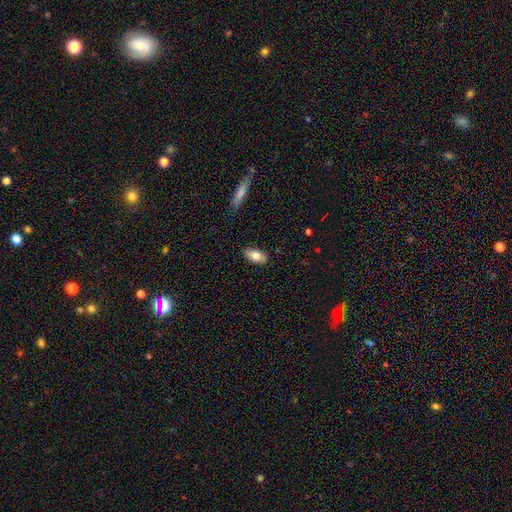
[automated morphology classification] Smooth or featured: smooth — 78% (featured or disk — 15%)
How rounded: in between — 90% (cigar-shaped — 7%)
Merging: none — 87% (minor disturbance — 10%)